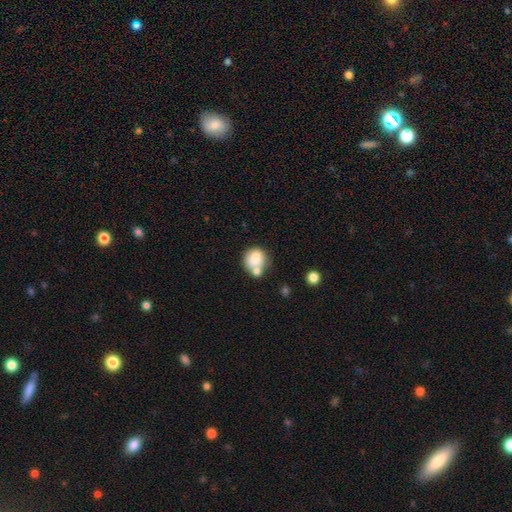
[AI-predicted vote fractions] smooth_or_featured: smooth (p=0.73) [alt: featured or disk p=0.18]
how_rounded: round (p=0.78) [alt: in between p=0.21]
merging: none (p=0.40) [alt: merger p=0.39]